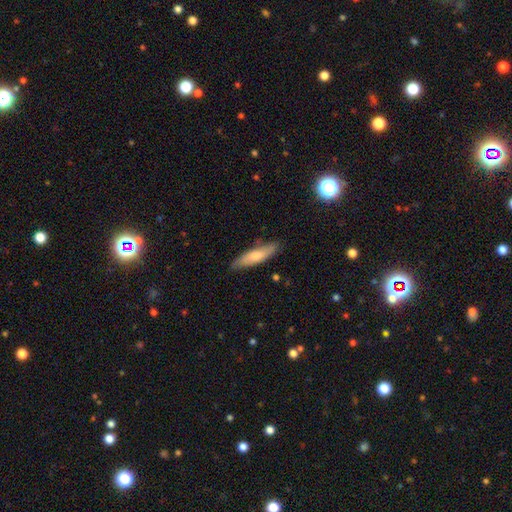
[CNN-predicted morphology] This is likely a smooth galaxy (70%). How rounded: likely cigar-shaped (69%). Merging: clearly none (81%).